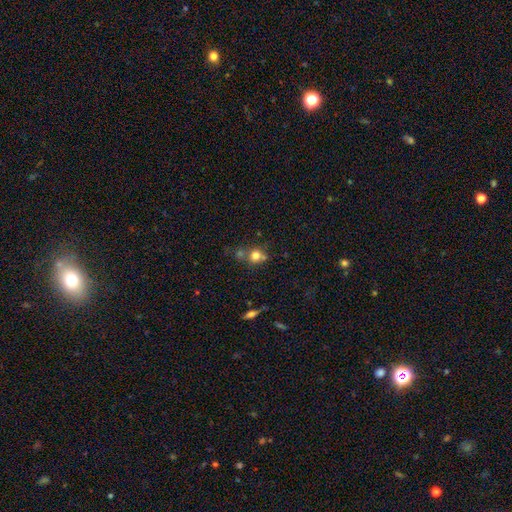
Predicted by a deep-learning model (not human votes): A smooth galaxy with no disk features (74%) that is round (83%).

Vote fractions:
- Smooth or featured? smooth: 74% / star or artifact: 14% / featured or disk: 12%
- How rounded? round: 83% / in between: 15% / cigar-shaped: 1%
- Merging? none: 54% / merger: 29% / minor disturbance: 12% / major disturbance: 5%